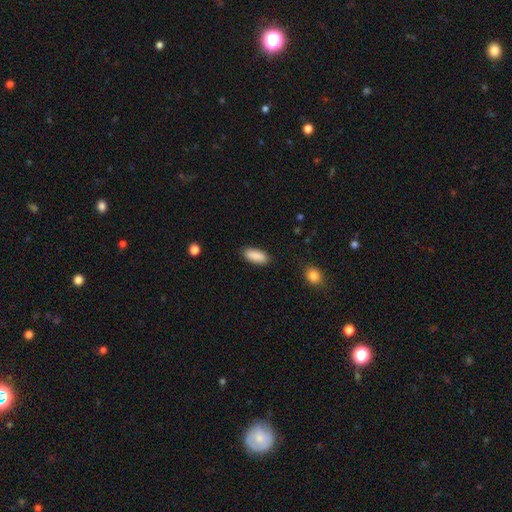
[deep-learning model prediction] Overall: smooth (89%). How rounded: in between (78%). Merging: none (87%).